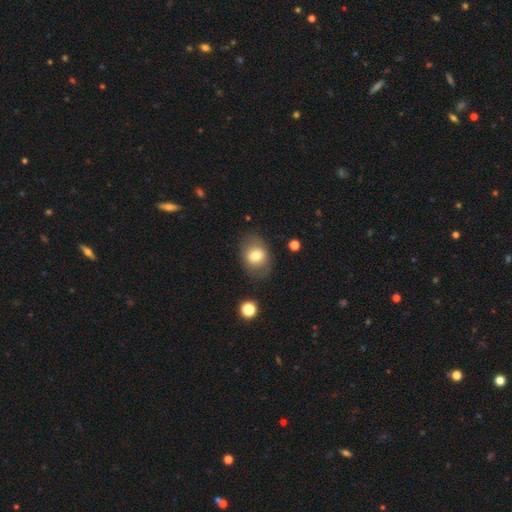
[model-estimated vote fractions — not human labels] Overall: smooth (75%). How rounded: in between (65%; round 33%). Merging: none (77%).